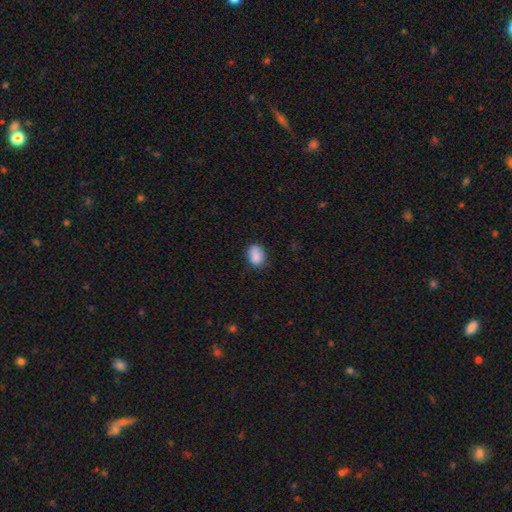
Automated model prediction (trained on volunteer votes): smooth 87%, star or artifact 8%, featured or disk 5%. Down the decision tree: how rounded — in between (72%); merging — none (75%).